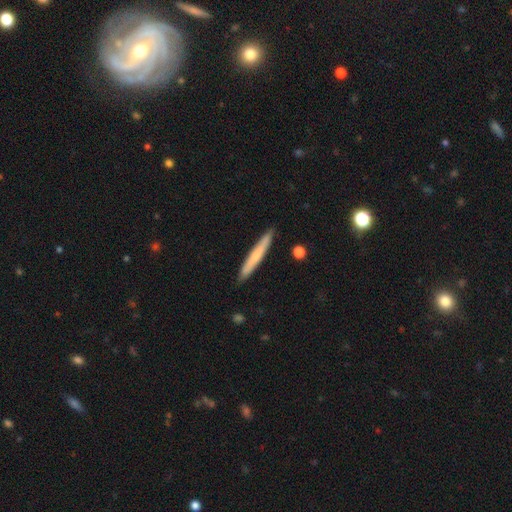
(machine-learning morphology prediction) Smooth or featured?
  - smooth: 60% *
  - featured or disk: 34%
  - star or artifact: 6%
How rounded?
  - cigar-shaped: 96% *
  - in between: 3%
  - round: 1%
Merging?
  - none: 90% *
  - minor disturbance: 8%
  - major disturbance: 1%
  - merger: 1%